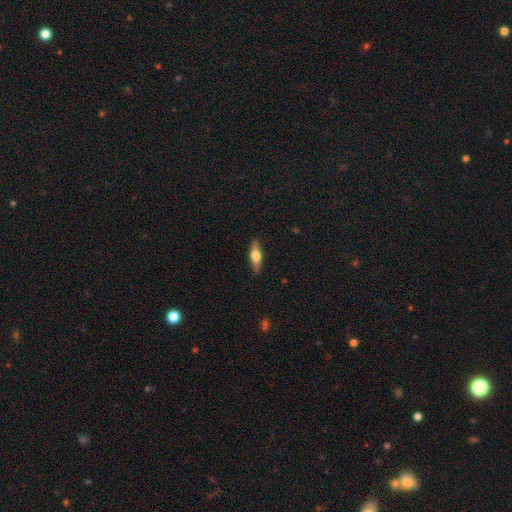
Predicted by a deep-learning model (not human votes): A smooth galaxy with no disk features (51%) that is cigar-shaped (52%). Merging: none (87%).